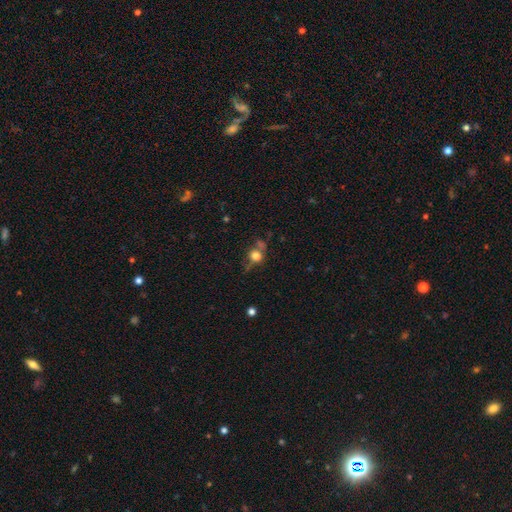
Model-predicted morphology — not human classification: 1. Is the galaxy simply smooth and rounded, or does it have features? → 65% smooth, 19% featured or disk, 17% star or artifact.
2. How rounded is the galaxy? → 77% round, 21% in between, 2% cigar-shaped.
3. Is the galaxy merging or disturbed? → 54% none, 19% minor disturbance, 14% merger, 13% major disturbance.